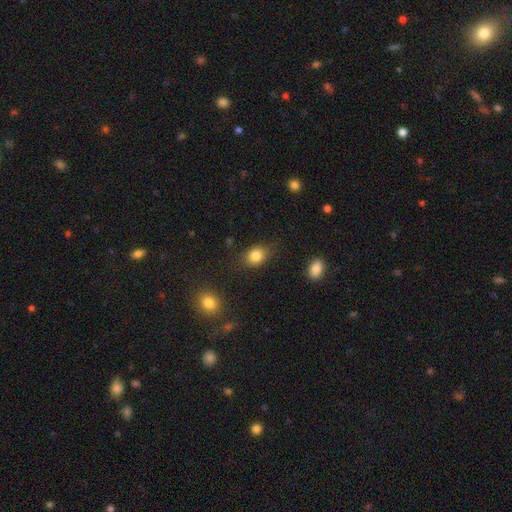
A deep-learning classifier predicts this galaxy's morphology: Smooth or featured: smooth — 83% (star or artifact — 10%)
How rounded: in between — 58% (round — 41%)
Merging: none — 75% (minor disturbance — 18%)